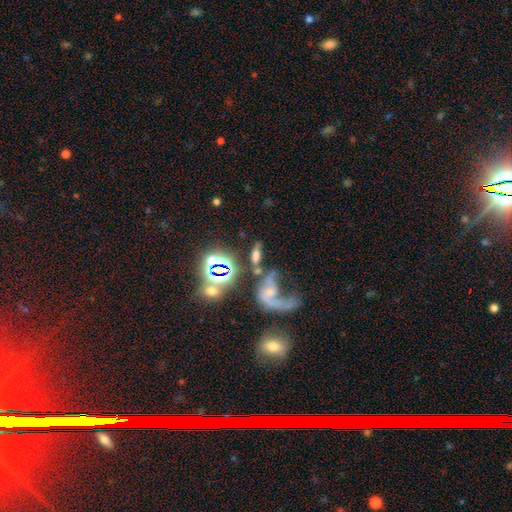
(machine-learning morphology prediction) smooth-or-featured: smooth: 47% | featured or disk: 29% | star or artifact: 24%
  merging: none: 39% | merger: 31% | major disturbance: 18% | minor disturbance: 12%